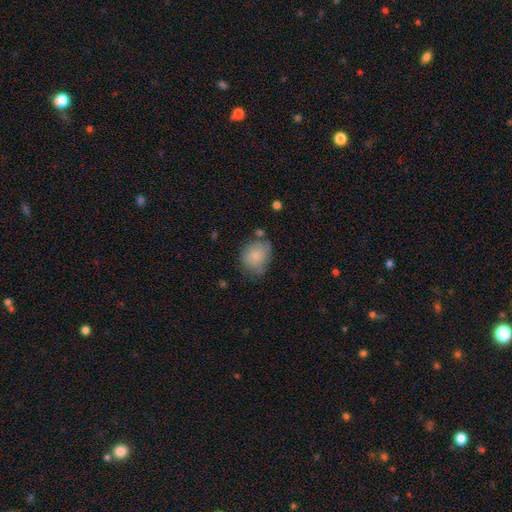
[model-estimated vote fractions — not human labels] Overall: smooth (80%). How rounded: round (56%; in between 43%). Merging: none (51%; minor disturbance 31%).